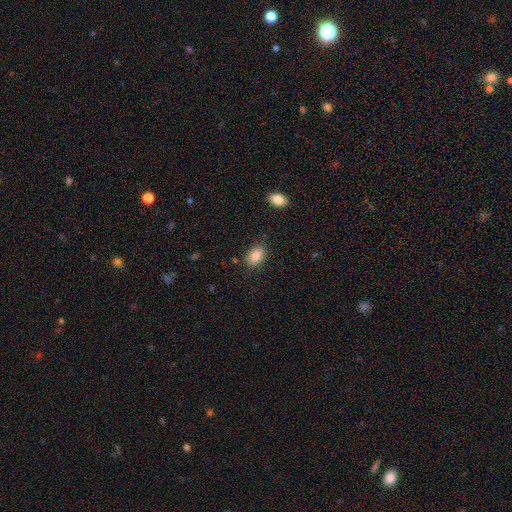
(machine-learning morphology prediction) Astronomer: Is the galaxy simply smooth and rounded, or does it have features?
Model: smooth — 85%.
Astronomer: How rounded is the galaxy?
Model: in between — 88%.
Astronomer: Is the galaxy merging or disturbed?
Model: none — 83%.